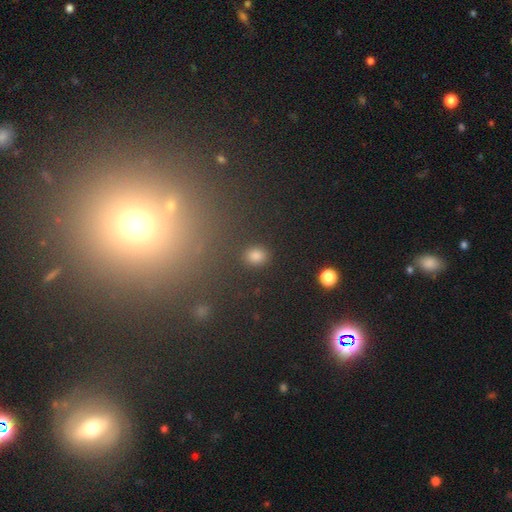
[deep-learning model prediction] This is clearly a smooth galaxy (81%). How rounded: possibly round (54%). Merging: clearly none (88%).